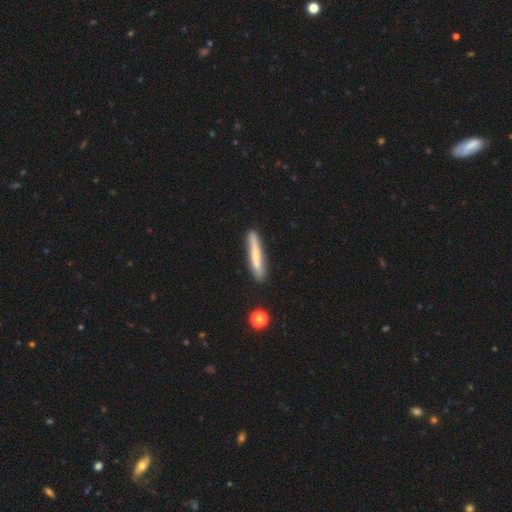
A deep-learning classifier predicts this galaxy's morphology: Overall: smooth (61%; featured or disk 32%). How rounded: cigar-shaped (94%). Merging: none (83%).